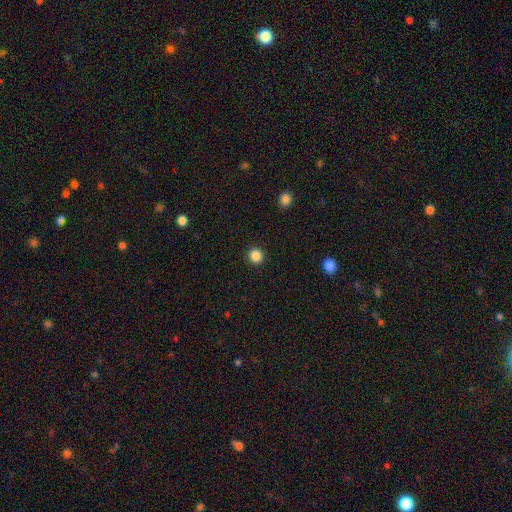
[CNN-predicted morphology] Overall: smooth (86%). How rounded: round (93%). Merging: none (93%).